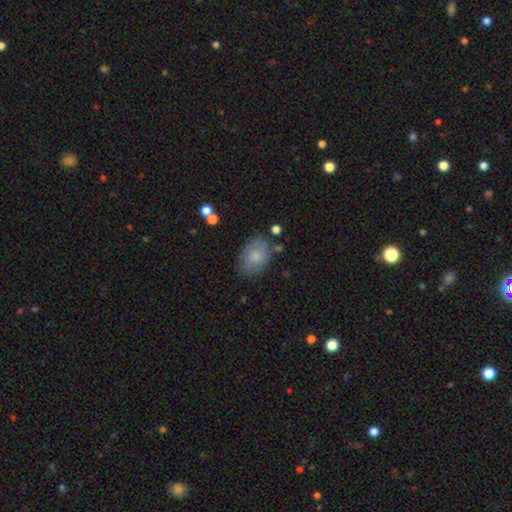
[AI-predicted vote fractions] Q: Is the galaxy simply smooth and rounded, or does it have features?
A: smooth — 78%.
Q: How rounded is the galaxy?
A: in between — 79%.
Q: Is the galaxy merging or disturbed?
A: none — 70%.